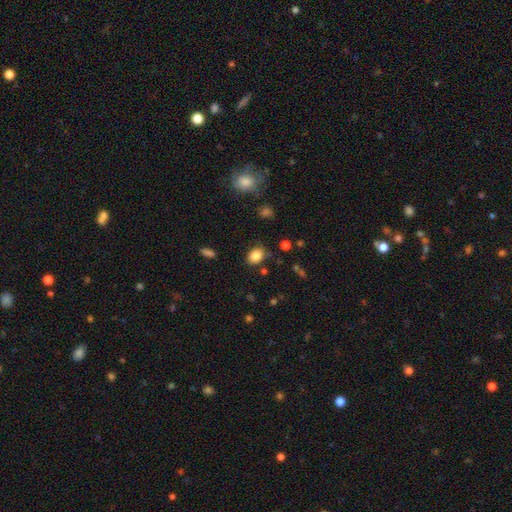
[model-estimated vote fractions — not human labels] Smooth or featured?
  - smooth: 85% *
  - star or artifact: 10%
  - featured or disk: 5%
How rounded?
  - in between: 72% *
  - round: 27%
  - cigar-shaped: 1%
Merging?
  - none: 80% *
  - minor disturbance: 14%
  - major disturbance: 4%
  - merger: 2%